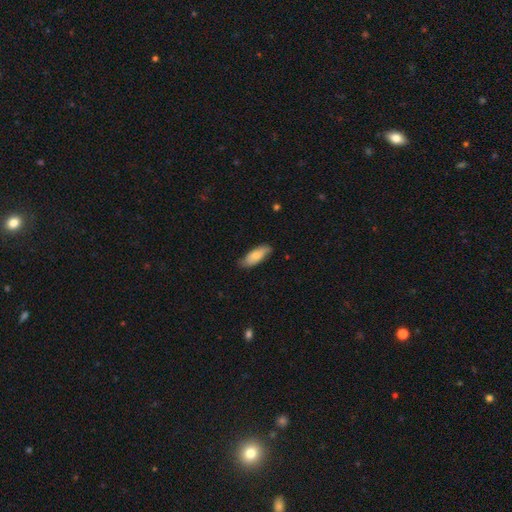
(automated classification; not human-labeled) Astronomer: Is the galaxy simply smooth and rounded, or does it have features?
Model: smooth — 74%.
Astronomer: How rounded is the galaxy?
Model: in between — 74%.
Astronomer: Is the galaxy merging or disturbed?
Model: none — 73%.